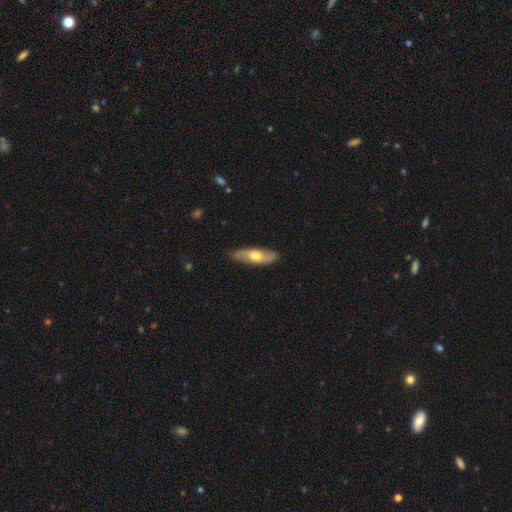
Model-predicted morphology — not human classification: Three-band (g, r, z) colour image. It shows a smooth galaxy with no disk features (48%). Merging: none (86%).